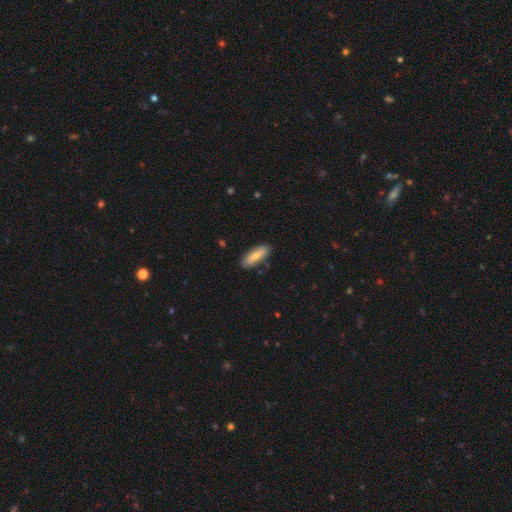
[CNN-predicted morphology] A smooth galaxy with no disk features (73%) that is in between round and cigar-shaped (63%).

Vote fractions:
- Smooth or featured? smooth: 73% / featured or disk: 22% / star or artifact: 6%
- How rounded? in between: 63% / cigar-shaped: 35% / round: 2%
- Merging? none: 85% / minor disturbance: 11% / major disturbance: 2% / merger: 2%